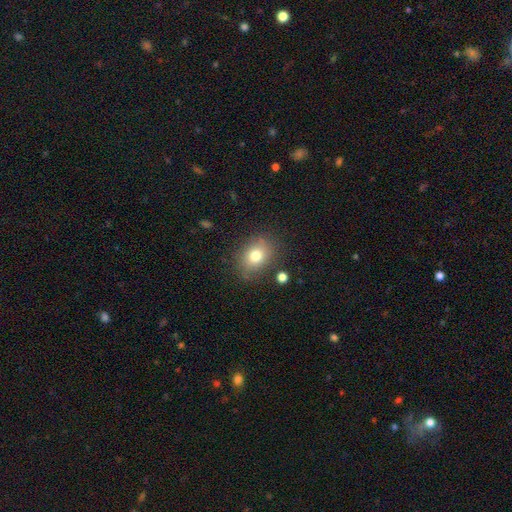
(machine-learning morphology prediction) Q: Smooth or featured?
A: smooth (77%); runner-up: featured or disk (11%)
Q: How rounded?
A: in between (60%); runner-up: round (39%)
Q: Merging?
A: none (80%); runner-up: minor disturbance (13%)